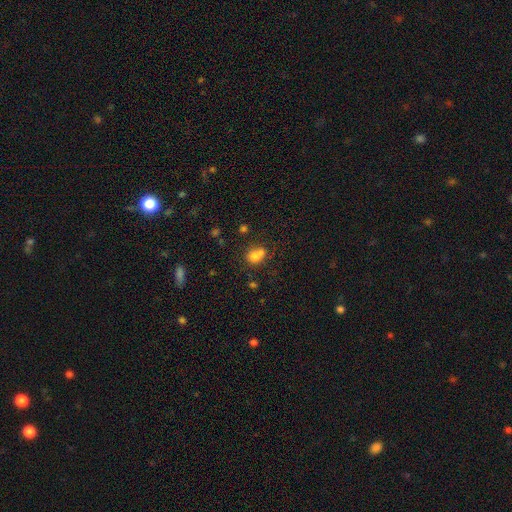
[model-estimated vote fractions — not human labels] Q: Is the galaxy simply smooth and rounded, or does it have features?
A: smooth — 74%.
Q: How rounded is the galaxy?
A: round — 52%.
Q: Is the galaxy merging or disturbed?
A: merger — 48%.